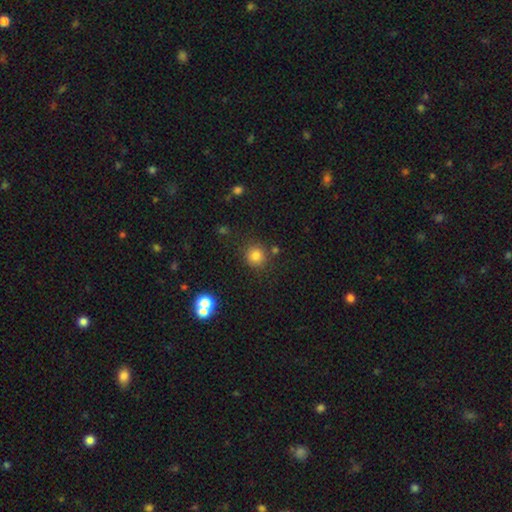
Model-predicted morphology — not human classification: smooth_or_featured: smooth (p=0.82) [alt: star or artifact p=0.13]
how_rounded: round (p=0.91) [alt: in between p=0.08]
merging: none (p=0.82) [alt: minor disturbance p=0.09]